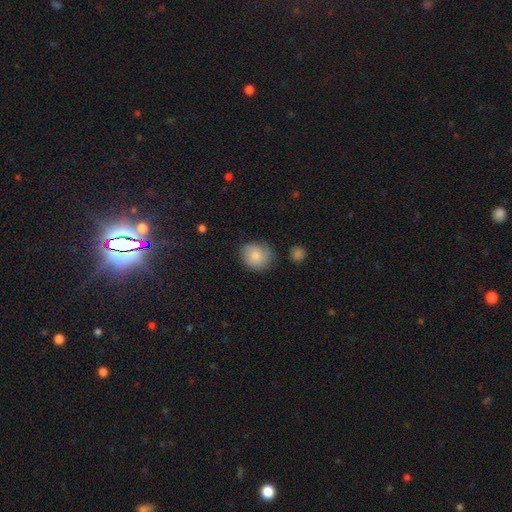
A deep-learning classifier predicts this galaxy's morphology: The model was most divided on "how rounded": round: 77%, in between: 23%, cigar-shaped: 1%. More confident: smooth or featured — smooth (82%); merging — none (76%).